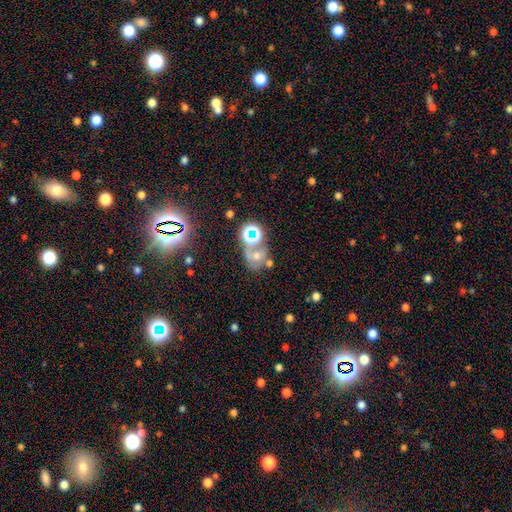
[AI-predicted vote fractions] This appears to be a smooth galaxy with no disk features (44%). Merging: none (39%).